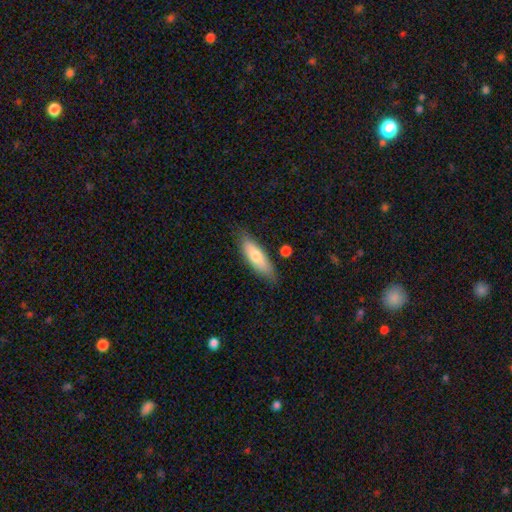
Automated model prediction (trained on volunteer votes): Smooth or featured? smooth (71%)
How rounded? cigar-shaped (49%, tied with in between)
Merging? none (80%)